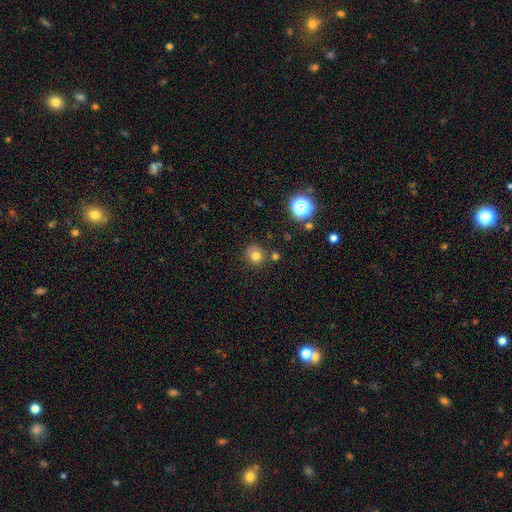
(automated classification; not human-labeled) smooth-or-featured: smooth: 76% | star or artifact: 15% | featured or disk: 8%
  how-rounded: round: 83% | in between: 16% | cigar-shaped: 1%
  merging: none: 72% | minor disturbance: 15% | merger: 9% | major disturbance: 4%